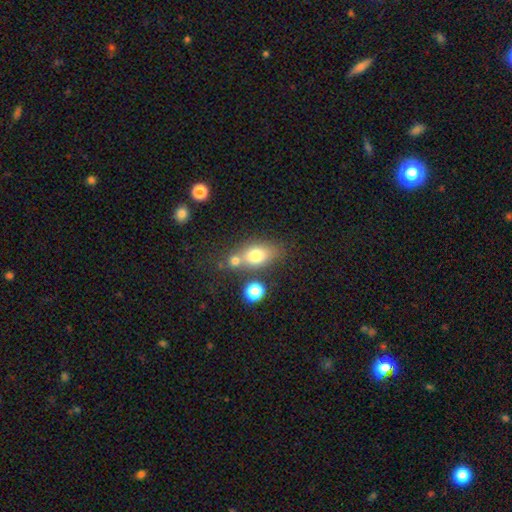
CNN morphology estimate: A smooth galaxy with no disk features (73%) that is in between round and cigar-shaped (71%). Merging: none (47%).